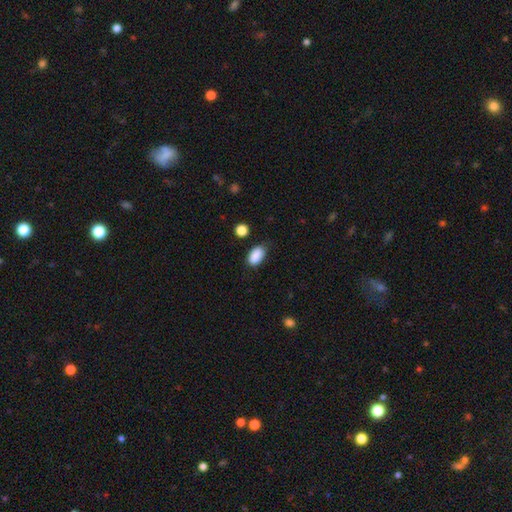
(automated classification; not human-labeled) Smooth or featured: smooth — 88% (star or artifact — 8%)
How rounded: in between — 90% (round — 8%)
Merging: none — 73% (minor disturbance — 20%)